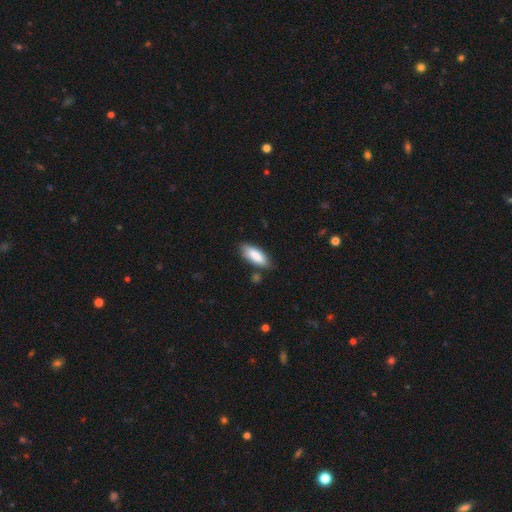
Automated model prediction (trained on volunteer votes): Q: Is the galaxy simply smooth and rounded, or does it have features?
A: smooth — 83%.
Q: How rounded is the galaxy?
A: in between — 73%.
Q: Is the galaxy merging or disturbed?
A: none — 77%.